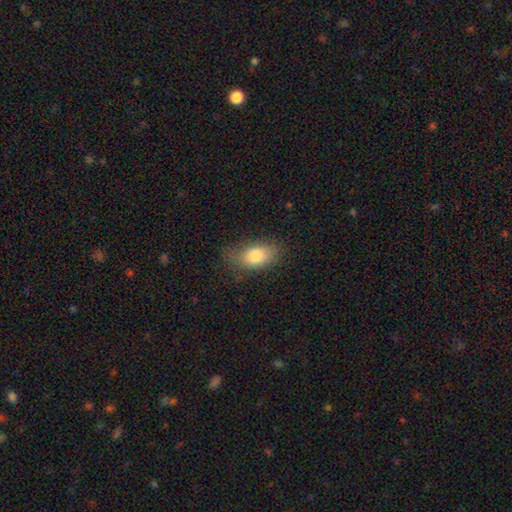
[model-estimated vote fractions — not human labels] This is clearly a smooth galaxy (81%). How rounded: clearly in between (89%). Merging: likely none (69%).